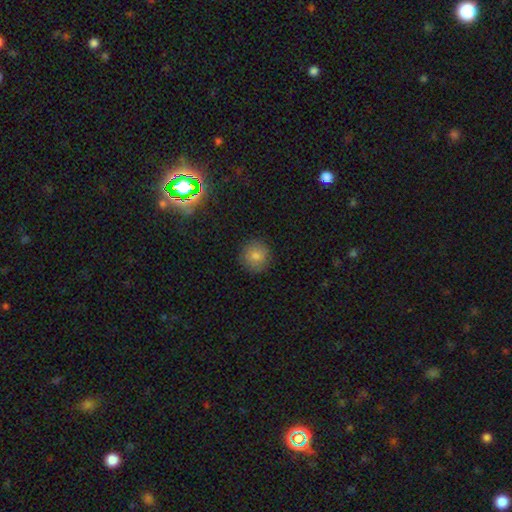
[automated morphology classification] smooth_or_featured: smooth (p=0.78) [alt: star or artifact p=0.14]
how_rounded: round (p=0.93) [alt: in between p=0.06]
merging: none (p=0.90) [alt: minor disturbance p=0.07]